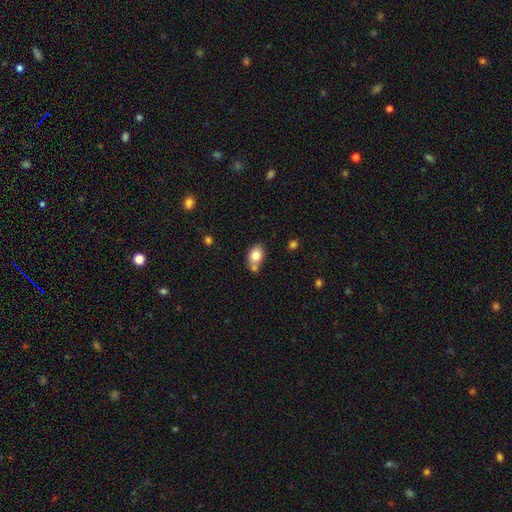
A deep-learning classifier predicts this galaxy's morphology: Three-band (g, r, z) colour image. It shows a smooth galaxy with no disk features (81%) that is in between round and cigar-shaped (66%). Merging: none (54%).